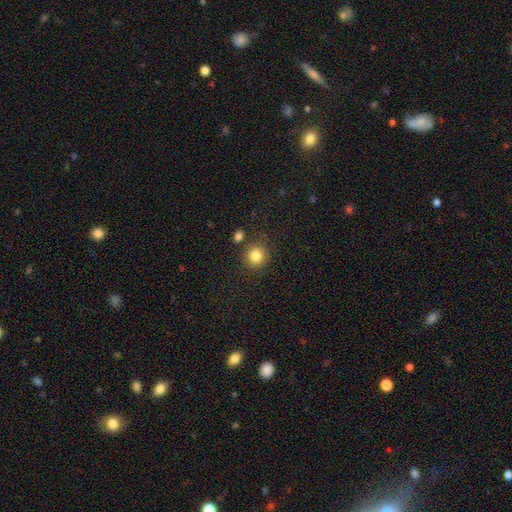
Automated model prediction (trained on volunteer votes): Smooth or featured? smooth (84%)
How rounded? round (92%)
Merging? none (83%)